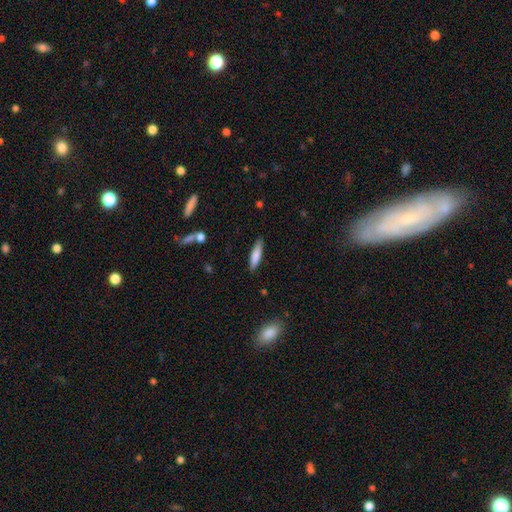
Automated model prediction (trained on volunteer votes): This appears to be a smooth galaxy with no disk features (80%) that is cigar-shaped (75%). Merging: none (87%).